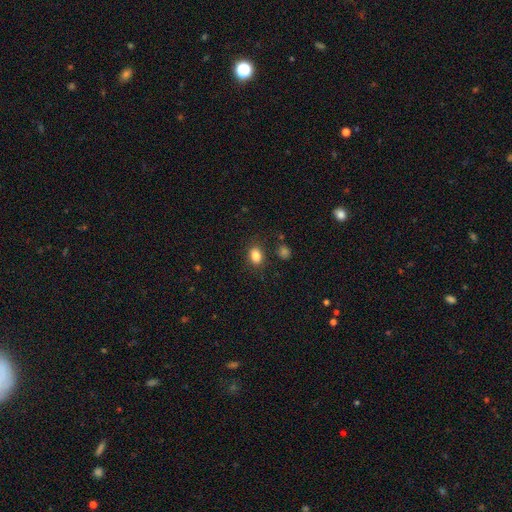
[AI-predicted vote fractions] Smooth or featured? smooth (84%)
How rounded? in between (67%)
Merging? none (81%)